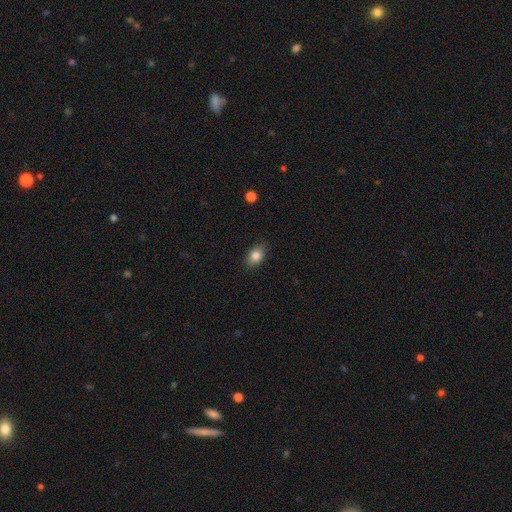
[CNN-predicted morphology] The model was most divided on "how rounded": in between: 83%, round: 15%, cigar-shaped: 2%. More confident: merging — none (87%); smooth or featured — smooth (84%).